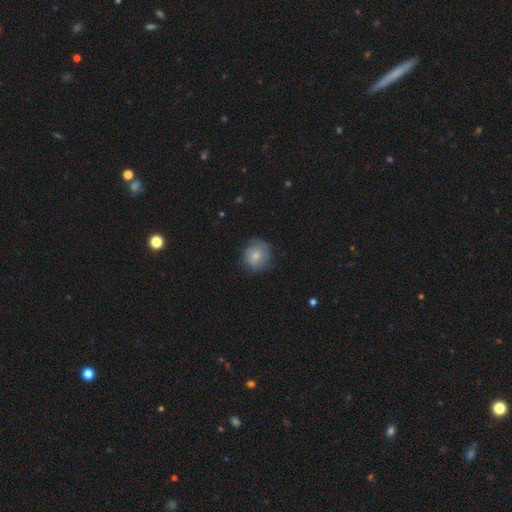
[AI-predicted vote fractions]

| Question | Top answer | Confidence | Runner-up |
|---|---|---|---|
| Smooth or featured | smooth | 70% | featured or disk (23%) |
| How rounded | round | 85% | in between (14%) |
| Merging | none | 69% | minor disturbance (23%) |